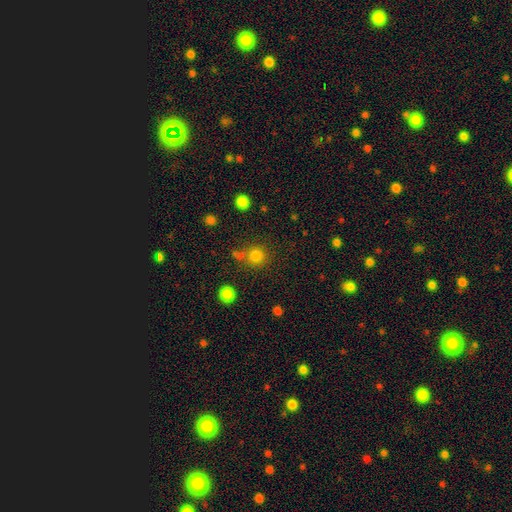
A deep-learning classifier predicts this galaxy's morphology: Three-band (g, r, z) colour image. It shows a smooth galaxy with no disk features (78%) that is round (92%). Merging: none (72%).